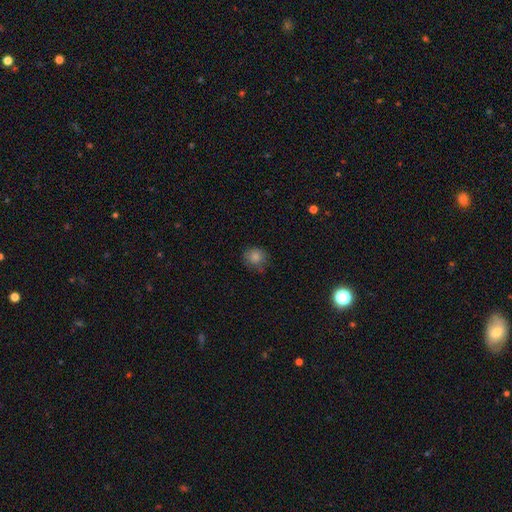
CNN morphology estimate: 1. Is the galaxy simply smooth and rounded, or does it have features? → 73% smooth, 18% star or artifact, 8% featured or disk.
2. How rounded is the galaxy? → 80% round, 19% in between, 1% cigar-shaped.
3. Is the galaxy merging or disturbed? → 74% none, 19% minor disturbance, 5% major disturbance, 2% merger.